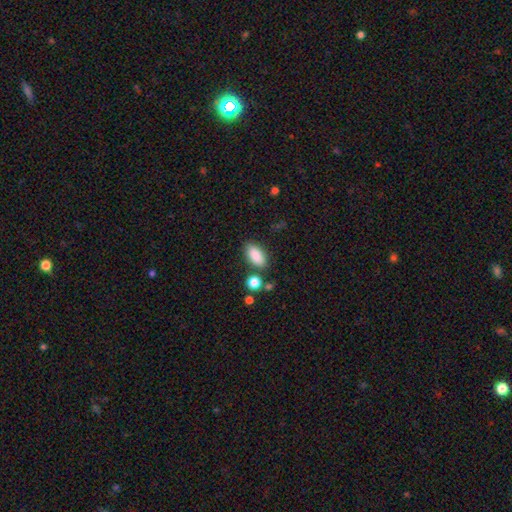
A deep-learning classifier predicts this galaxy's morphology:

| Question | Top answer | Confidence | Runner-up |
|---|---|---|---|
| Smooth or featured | smooth | 87% | star or artifact (8%) |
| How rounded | in between | 91% | cigar-shaped (5%) |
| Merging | none | 79% | minor disturbance (12%) |